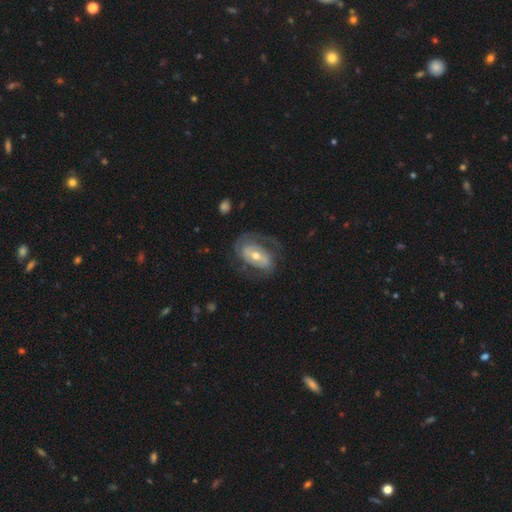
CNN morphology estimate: featured or disk 77%, smooth 18%, star or artifact 5%. Down the decision tree: edge-on disk — no (95%); bar — weak (36%); spiral arms — yes (82%); spiral arm count — 2 (69%); spiral winding — medium (41%); bulge size — moderate (66%); merging — none (61%).